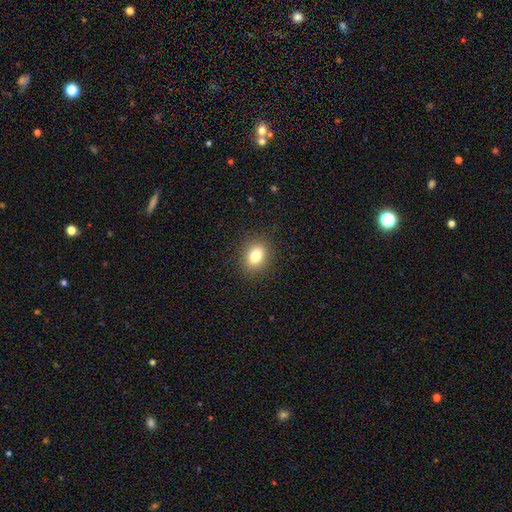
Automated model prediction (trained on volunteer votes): smooth_or_featured: smooth (p=0.81) [alt: star or artifact p=0.11]
how_rounded: in between (p=0.62) [alt: round p=0.37]
merging: none (p=0.89) [alt: minor disturbance p=0.08]